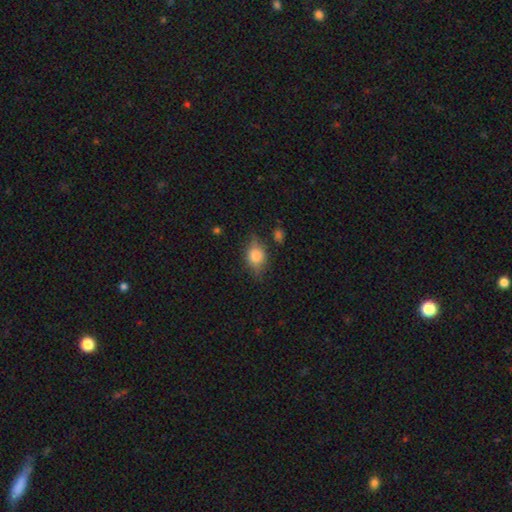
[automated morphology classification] Smooth or featured: smooth — 64% (featured or disk — 26%)
How rounded: in between — 63% (round — 33%)
Merging: none — 71% (minor disturbance — 21%)